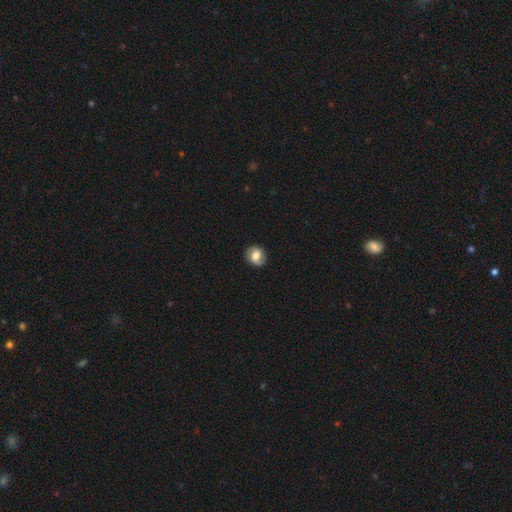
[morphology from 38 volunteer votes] Volunteers were most divided on "how rounded": round: 62%, in between: 38%, cigar-shaped: 0%. More confident: merging — none (86%); smooth or featured — smooth (63%).